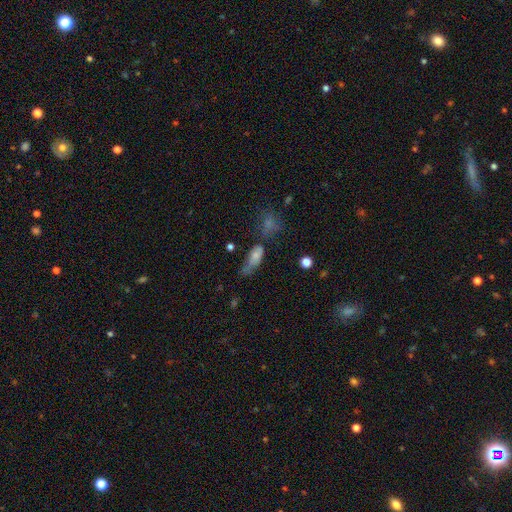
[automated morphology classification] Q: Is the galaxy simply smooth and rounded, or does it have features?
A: smooth — 65%.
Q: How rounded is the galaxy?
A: in between — 77%.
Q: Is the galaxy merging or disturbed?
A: major disturbance — 31%.